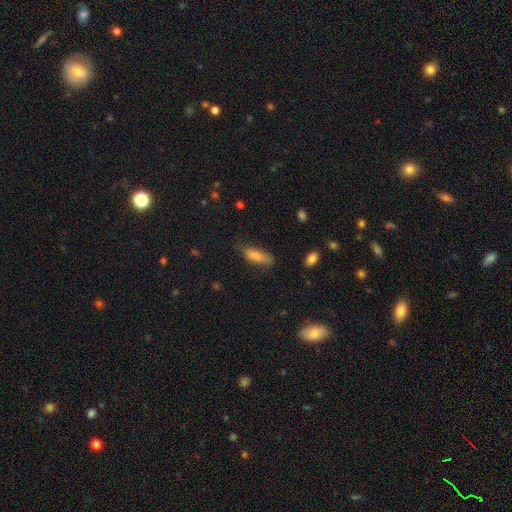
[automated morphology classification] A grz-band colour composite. It shows a smooth galaxy with no disk features (81%) that is in between round and cigar-shaped (59%). Merging: none (64%).